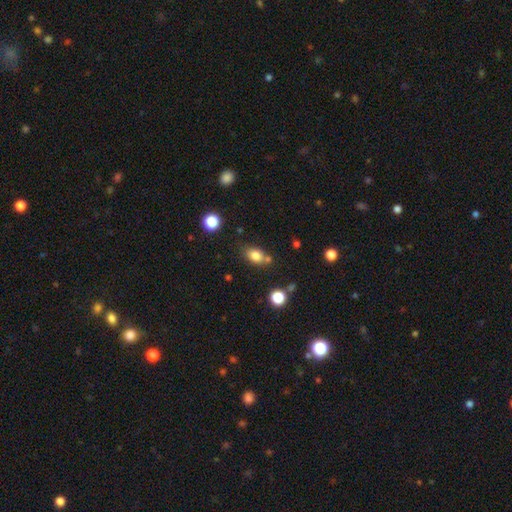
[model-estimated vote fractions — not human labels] Morphology: type=smooth (82%); roundness=in between (75%); merging=none (67%).